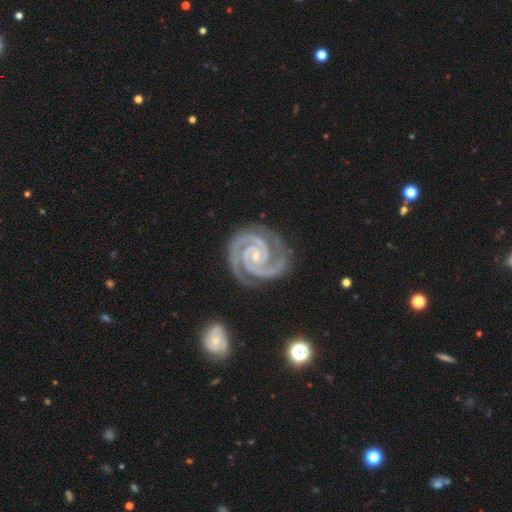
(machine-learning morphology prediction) Smooth or featured: featured or disk — 95% (star or artifact — 4%)
Edge-on disk: no — 98% (yes — 2%)
Bar: no — 56% (weak — 26%)
Spiral arms: yes — 99% (no — 1%)
Spiral winding: tight — 78% (medium — 20%)
Spiral arm count: 2 — 86% (3 — 9%)
Bulge size: small — 77% (moderate — 18%)
Merging: none — 81% (minor disturbance — 14%)